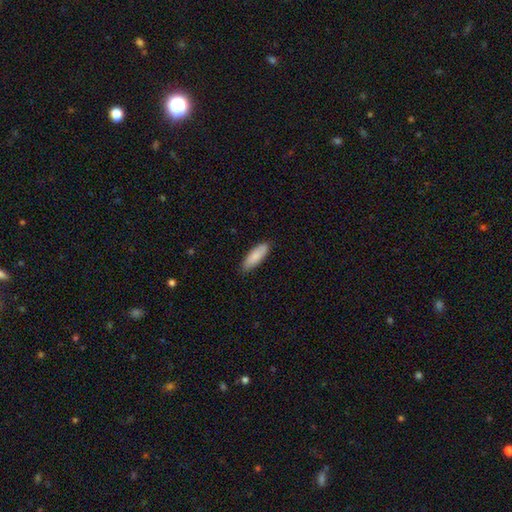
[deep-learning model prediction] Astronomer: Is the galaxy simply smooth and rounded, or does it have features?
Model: smooth — 84%.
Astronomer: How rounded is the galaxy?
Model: in between — 59% (runner-up: cigar-shaped, 39%).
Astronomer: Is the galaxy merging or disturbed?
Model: none — 85%.